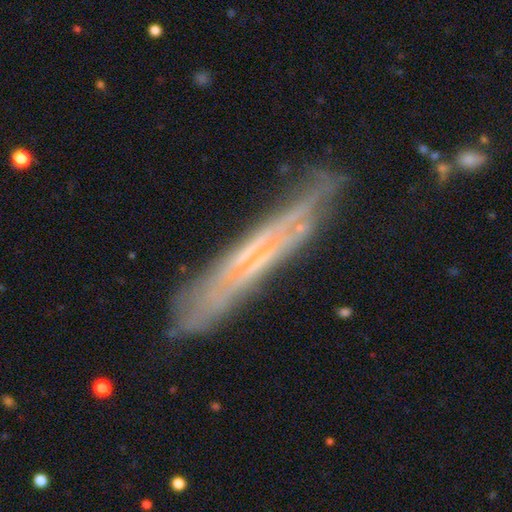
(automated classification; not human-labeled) Smooth or featured? Predicted: featured or disk (p=0.67). Edge-on disk? Predicted: yes (p=0.71). Merging? Predicted: none (p=0.73).